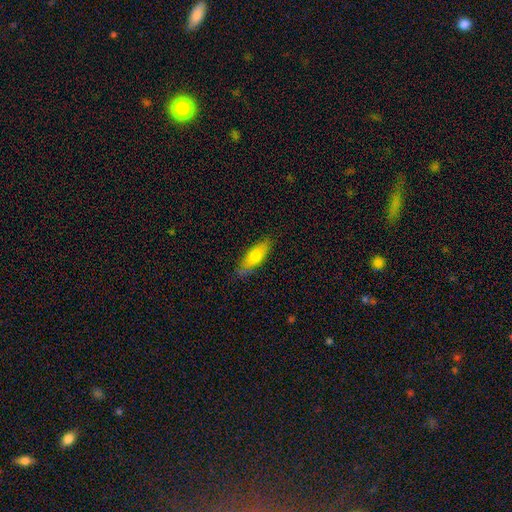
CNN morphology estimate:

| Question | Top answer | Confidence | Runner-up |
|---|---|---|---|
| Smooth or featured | smooth | 71% | featured or disk (23%) |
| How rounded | in between | 65% | cigar-shaped (33%) |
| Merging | none | 76% | minor disturbance (19%) |